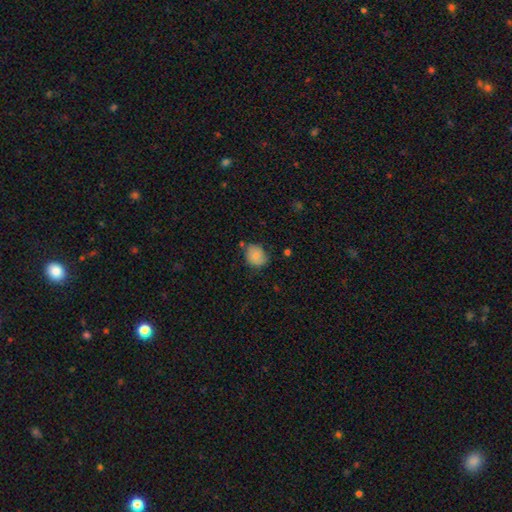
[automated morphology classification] This is likely a smooth galaxy (77%). How rounded: likely round (64%). Merging: likely none (65%).